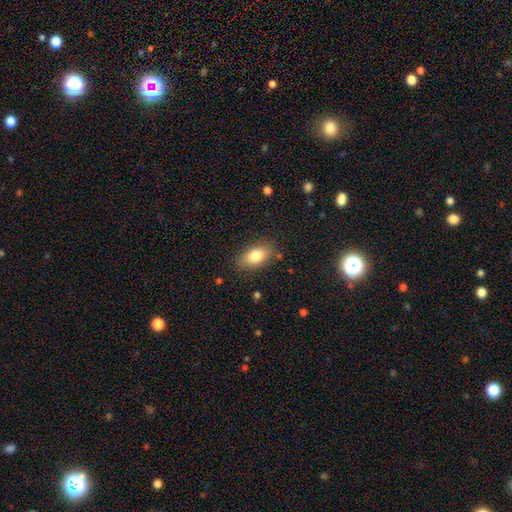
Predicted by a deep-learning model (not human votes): Smooth or featured? smooth (80%)
How rounded? in between (89%)
Merging? none (83%)